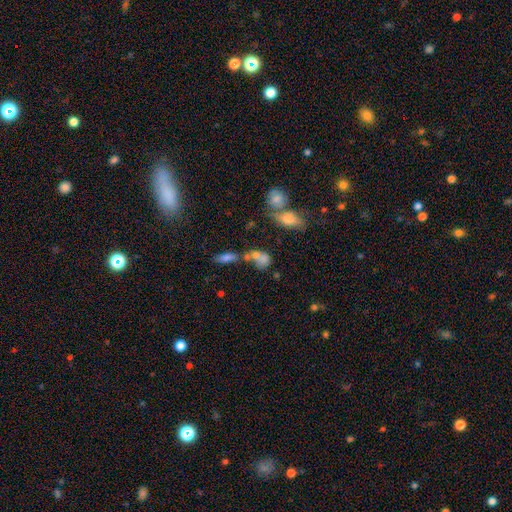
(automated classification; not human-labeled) Morphology: type=smooth (59%); roundness=in between (60%); merging=merger (41%).